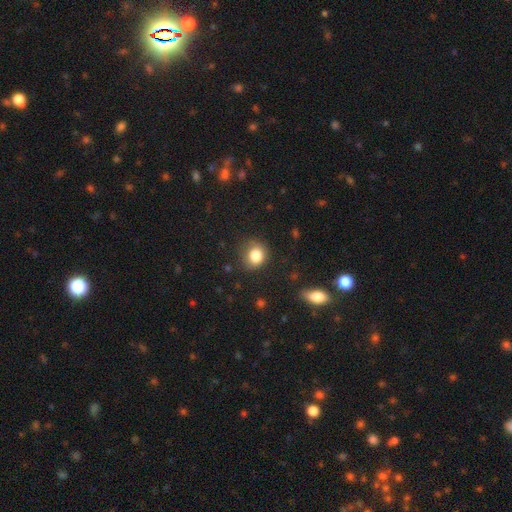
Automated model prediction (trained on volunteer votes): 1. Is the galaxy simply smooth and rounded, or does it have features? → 82% smooth, 10% star or artifact, 8% featured or disk.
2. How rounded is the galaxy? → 75% round, 24% in between, 1% cigar-shaped.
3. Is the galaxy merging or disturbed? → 69% none, 22% minor disturbance, 7% major disturbance, 2% merger.